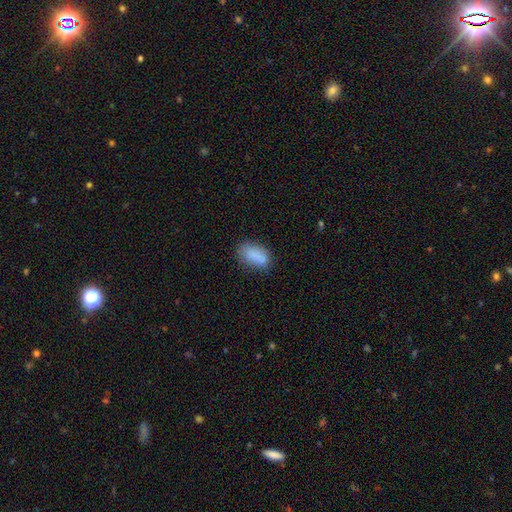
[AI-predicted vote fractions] This appears to be a smooth galaxy with no disk features (83%) that is in between round and cigar-shaped (90%). Merging: none (68%).